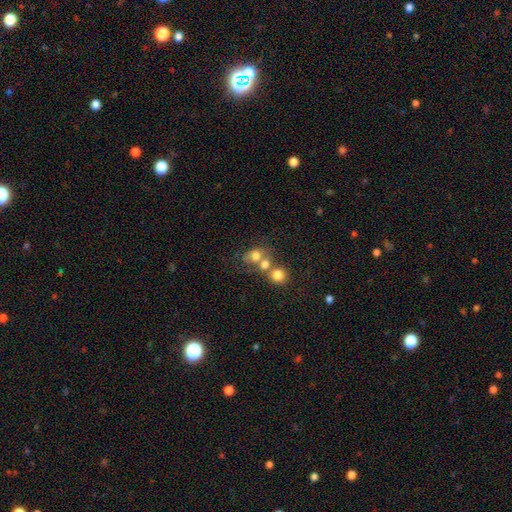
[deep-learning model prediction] This is likely a smooth galaxy (69%). How rounded: possibly round (58%). Merging: possibly merger (53%).